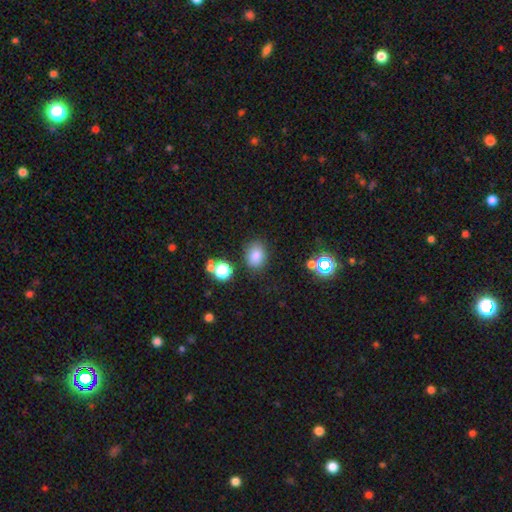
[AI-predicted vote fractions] Smooth or featured? Predicted: smooth (p=0.80). How rounded? Predicted: in between (p=0.62). Merging? Predicted: none (p=0.79).